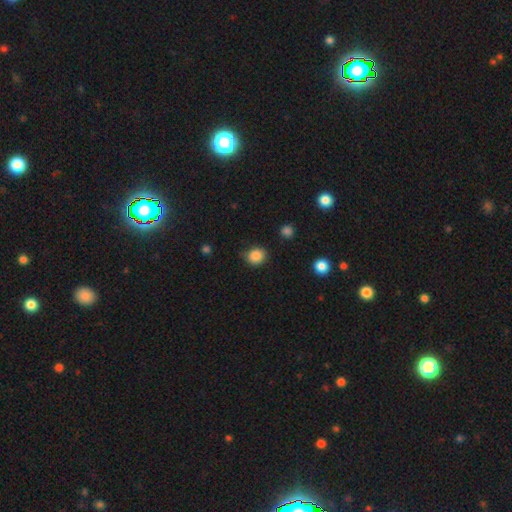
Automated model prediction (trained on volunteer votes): Smooth or featured? smooth (86%)
How rounded? round (79%)
Merging? none (78%)